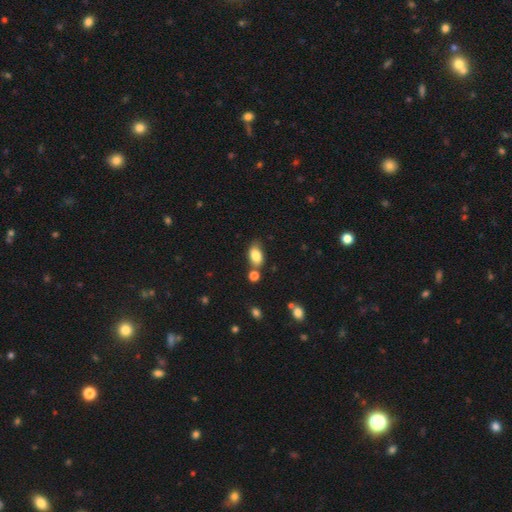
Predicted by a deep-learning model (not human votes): Smooth or featured: smooth — 84% (star or artifact — 9%)
How rounded: in between — 87% (round — 11%)
Merging: none — 60% (minor disturbance — 19%)